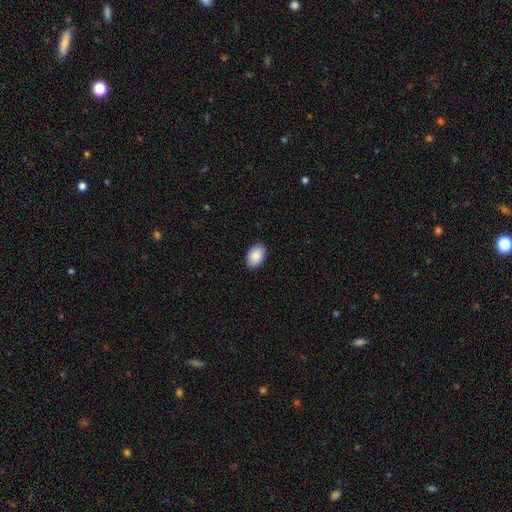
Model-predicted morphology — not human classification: This appears to be a smooth galaxy with no disk features (90%) that is in between round and cigar-shaped (89%). Merging: none (88%).